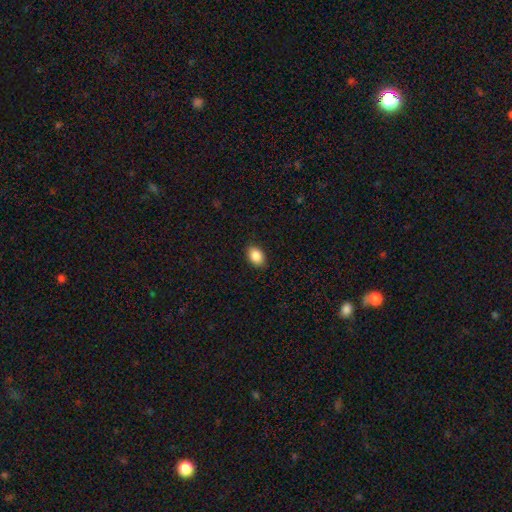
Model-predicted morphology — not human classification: Smooth or featured? Predicted: smooth (p=0.88). How rounded? Predicted: in between (p=0.82). Merging? Predicted: none (p=0.88).